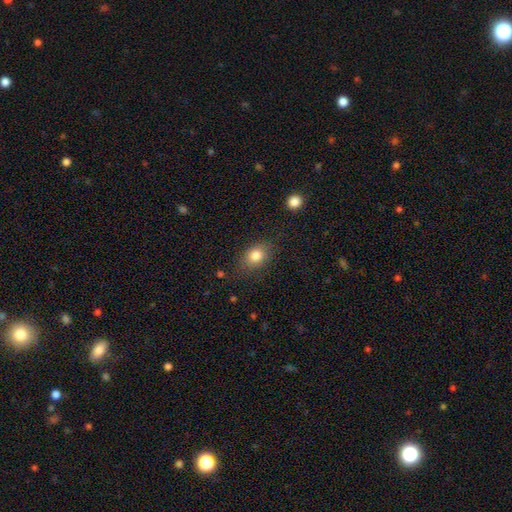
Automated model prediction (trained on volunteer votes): The model was most divided on "how rounded": in between: 65%, round: 33%, cigar-shaped: 2%. More confident: smooth or featured — smooth (82%); merging — none (79%).